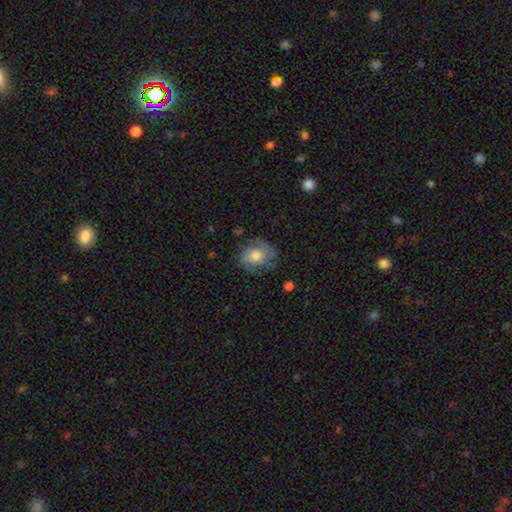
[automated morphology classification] This appears to be a smooth galaxy with no disk features (57%) that is round (59%). Merging: none (61%).